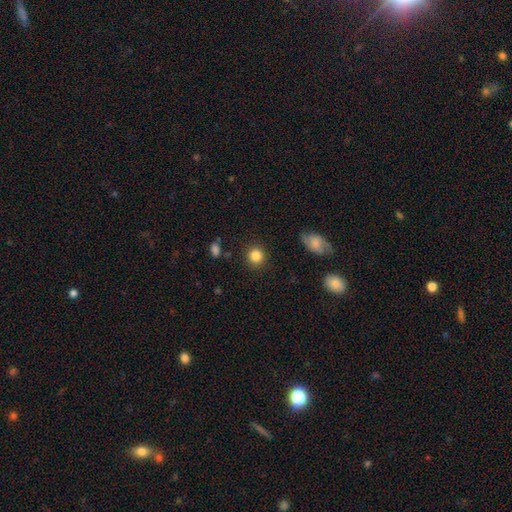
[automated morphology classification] A smooth galaxy with no disk features (84%) that is round (89%). Merging: none (89%).